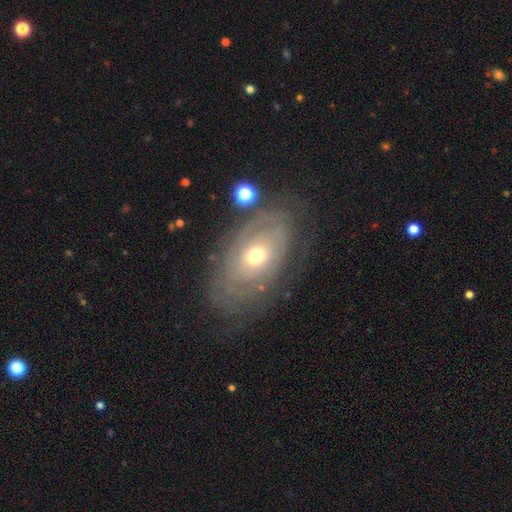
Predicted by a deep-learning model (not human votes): Smooth or featured? Predicted: featured or disk (p=0.70). Edge-on disk? Predicted: no (p=0.93). Bar? Predicted: no (p=0.82). Spiral arms? Predicted: yes (p=0.70). Bulge size? Predicted: moderate (p=0.62). Merging? Predicted: none (p=0.68).